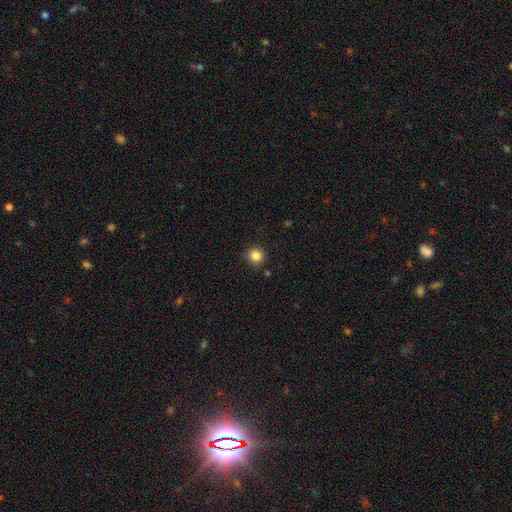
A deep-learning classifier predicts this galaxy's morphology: Overall: smooth (85%). How rounded: round (94%). Merging: none (88%).